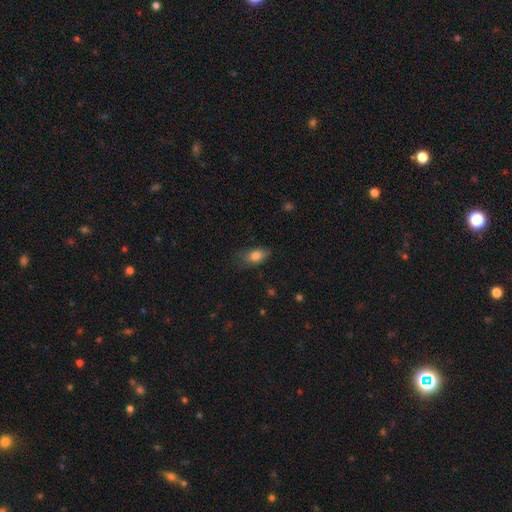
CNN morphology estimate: Smooth or featured? Predicted: smooth (p=0.82). How rounded? Predicted: in between (p=0.84). Merging? Predicted: none (p=0.63).